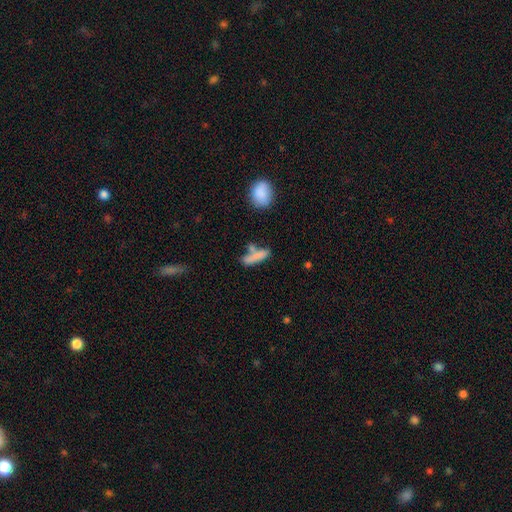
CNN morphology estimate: This appears to be a smooth galaxy with no disk features (77%) that is cigar-shaped (68%). Merging: none (52%).